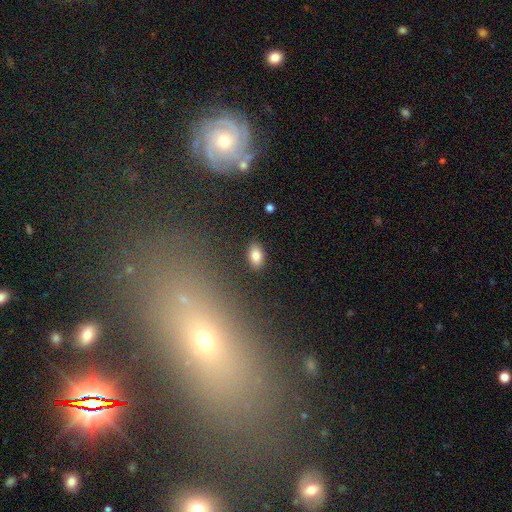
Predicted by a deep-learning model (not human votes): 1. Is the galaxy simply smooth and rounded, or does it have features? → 83% smooth, 9% star or artifact, 8% featured or disk.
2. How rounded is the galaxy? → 92% in between, 7% round, 2% cigar-shaped.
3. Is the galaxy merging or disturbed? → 87% none, 9% minor disturbance, 2% major disturbance, 2% merger.